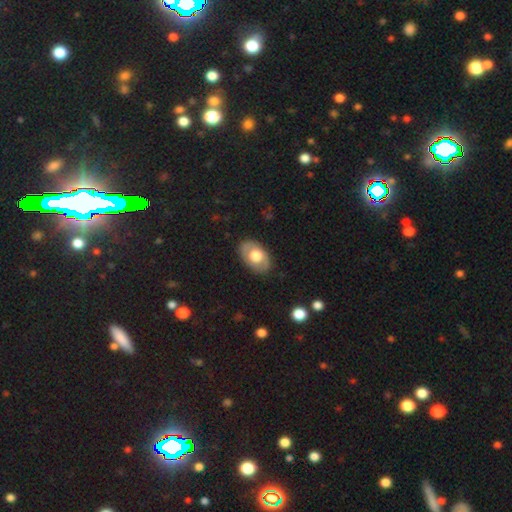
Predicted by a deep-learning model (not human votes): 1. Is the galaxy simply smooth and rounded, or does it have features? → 61% smooth, 33% featured or disk, 6% star or artifact.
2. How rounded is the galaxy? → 88% in between, 11% round, 1% cigar-shaped.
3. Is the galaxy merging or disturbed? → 84% none, 12% minor disturbance, 3% major disturbance, 1% merger.